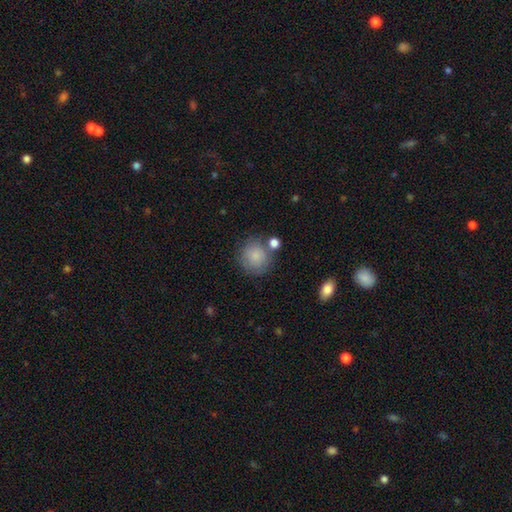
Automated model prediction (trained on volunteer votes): This is clearly a smooth galaxy (85%). How rounded: clearly round (91%). Merging: likely none (69%).